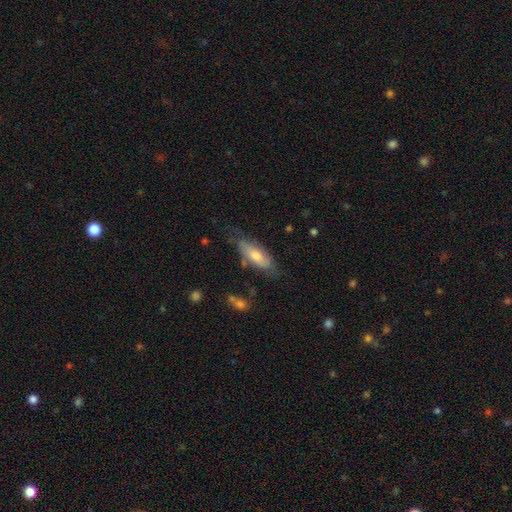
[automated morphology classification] A smooth galaxy with no disk features (56%) that is in between round and cigar-shaped (67%).

Vote fractions:
- Smooth or featured? smooth: 56% / featured or disk: 37% / star or artifact: 7%
- How rounded? in between: 67% / cigar-shaped: 30% / round: 2%
- Merging? none: 60% / minor disturbance: 27% / major disturbance: 10% / merger: 3%